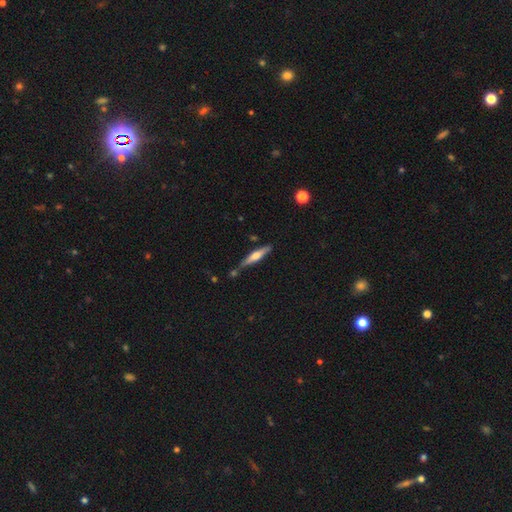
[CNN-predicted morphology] Smooth or featured? featured or disk (55%)
Edge-on disk? yes (94%)
Edge-on bulge? rounded (81%)
Merging? none (72%)